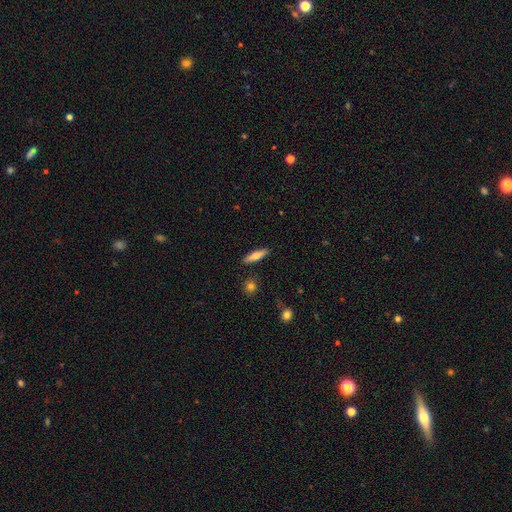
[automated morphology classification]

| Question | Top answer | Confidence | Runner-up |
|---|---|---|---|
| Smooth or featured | smooth | 66% | featured or disk (27%) |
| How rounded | cigar-shaped | 70% | in between (28%) |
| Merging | none | 89% | minor disturbance (8%) |